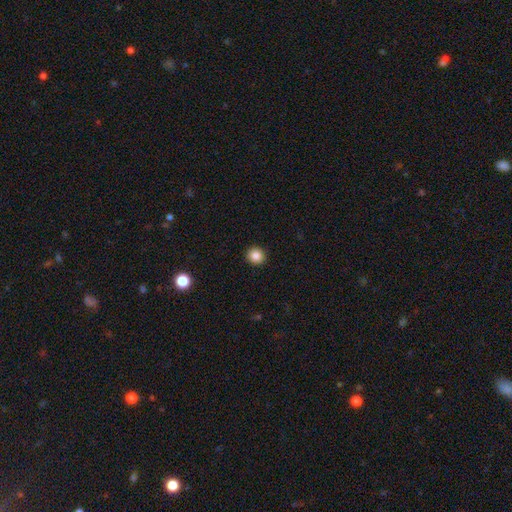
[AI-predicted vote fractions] smooth-or-featured: smooth: 85% | star or artifact: 10% | featured or disk: 5%
  how-rounded: round: 92% | in between: 7% | cigar-shaped: 1%
  merging: none: 93% | minor disturbance: 5% | major disturbance: 2% | merger: 1%